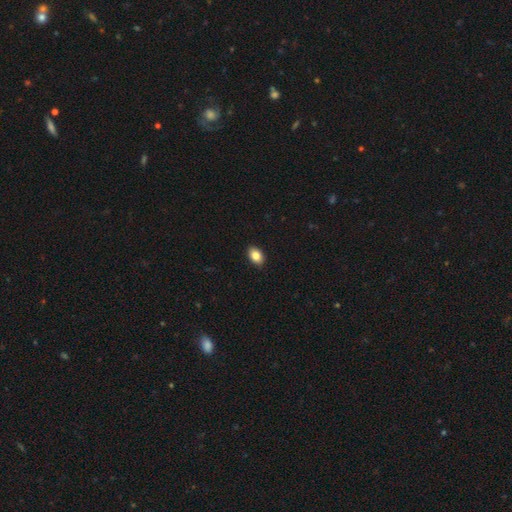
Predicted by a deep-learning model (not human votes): Morphology: type=smooth (85%); roundness=in between (86%); merging=none (90%).